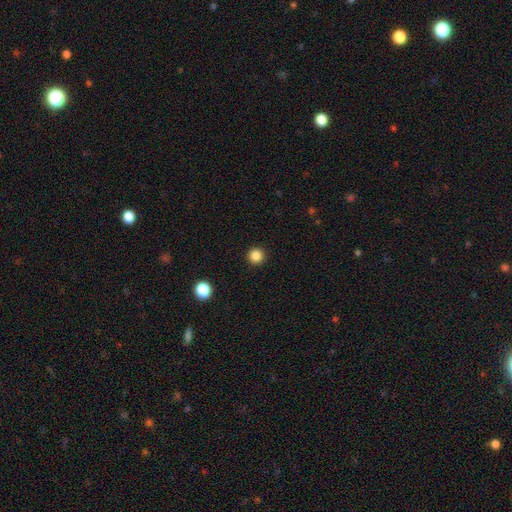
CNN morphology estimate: Smooth or featured?
  - smooth: 85% *
  - star or artifact: 12%
  - featured or disk: 3%
How rounded?
  - round: 96% *
  - in between: 3%
  - cigar-shaped: 1%
Merging?
  - none: 93% *
  - minor disturbance: 4%
  - major disturbance: 2%
  - merger: 1%